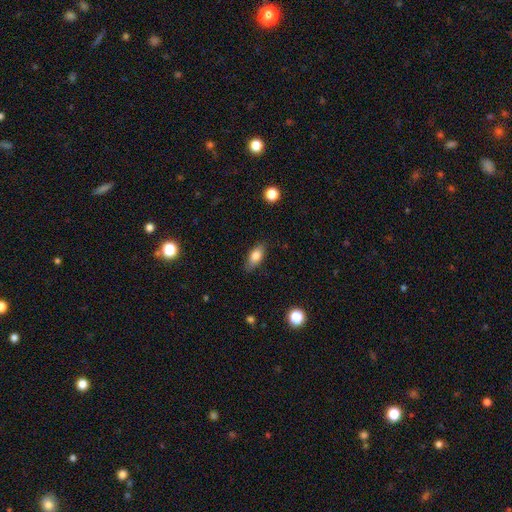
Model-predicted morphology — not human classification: This is likely a smooth galaxy (79%). How rounded: clearly in between (83%). Merging: clearly none (82%).